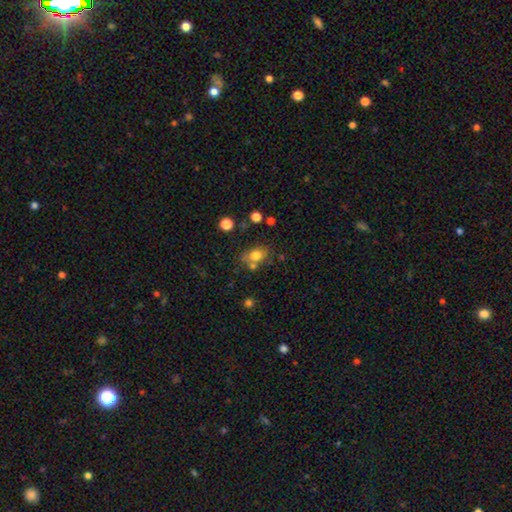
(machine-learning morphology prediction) smooth 77%, star or artifact 12%, featured or disk 11%. Down the decision tree: how rounded — in between (60%); merging — none (59%).